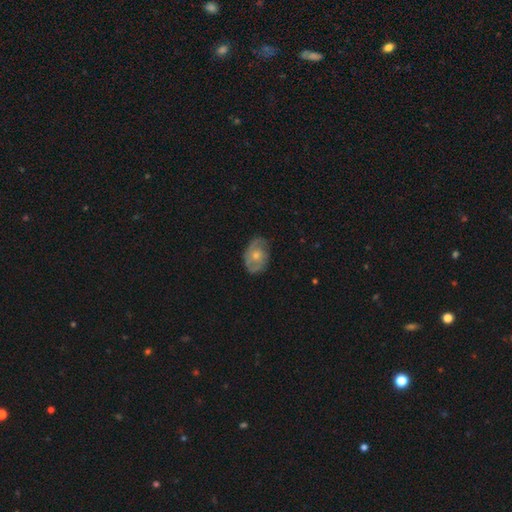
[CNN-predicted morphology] Overall: featured or disk (60%; smooth 34%). Edge-on disk: no (96%). Bar: no (79%). Spiral arms: yes (78%). Bulge size: small (47%, tied with moderate). Merging: none (66%).